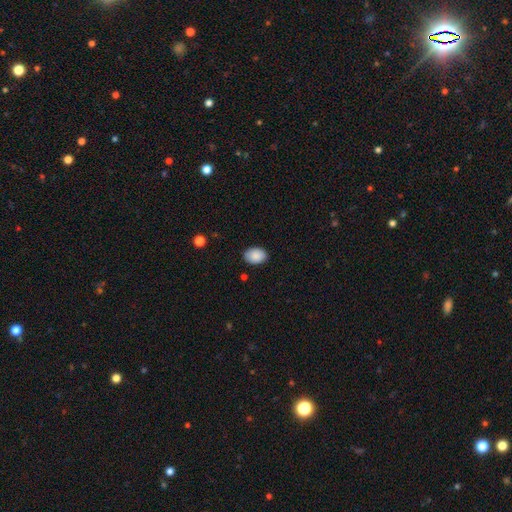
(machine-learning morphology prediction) smooth-or-featured: smooth: 89% | star or artifact: 7% | featured or disk: 4%
  how-rounded: in between: 79% | round: 20% | cigar-shaped: 1%
  merging: none: 86% | minor disturbance: 10% | major disturbance: 2% | merger: 1%